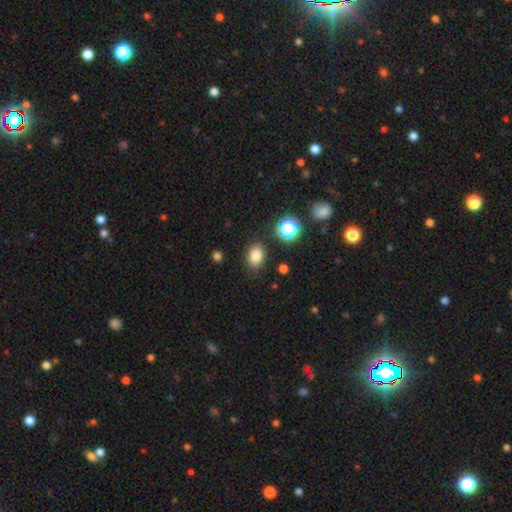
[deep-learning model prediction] The model was most divided on "how rounded": in between: 64%, round: 35%, cigar-shaped: 1%. More confident: merging — none (85%); smooth or featured — smooth (81%).